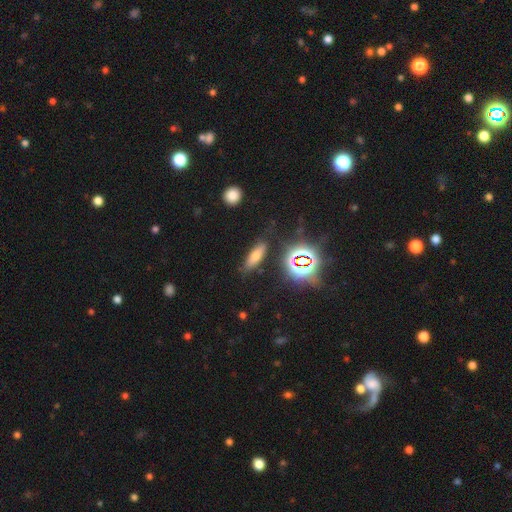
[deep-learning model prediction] Morphology: type=smooth (58%); roundness=in between (51%); merging=none (81%).